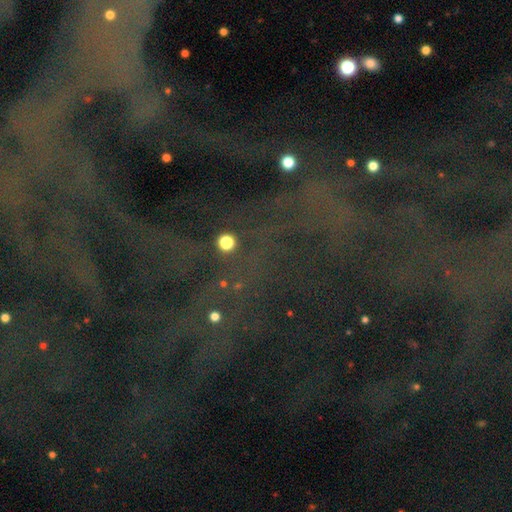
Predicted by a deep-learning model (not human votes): Smooth or featured: star or artifact — 82% (featured or disk — 10%)